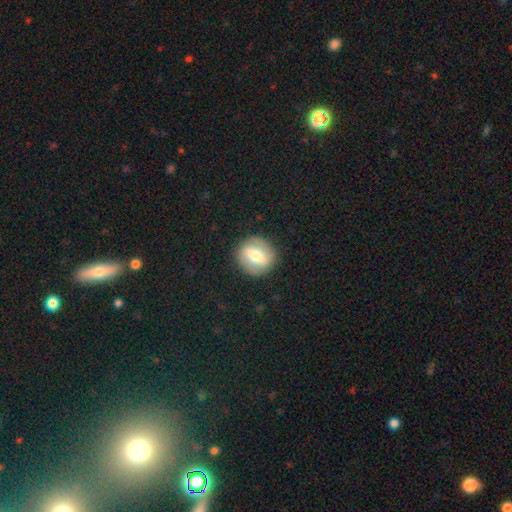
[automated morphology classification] Smooth or featured: smooth — 49% (featured or disk — 44%)
Merging: none — 88% (minor disturbance — 8%)